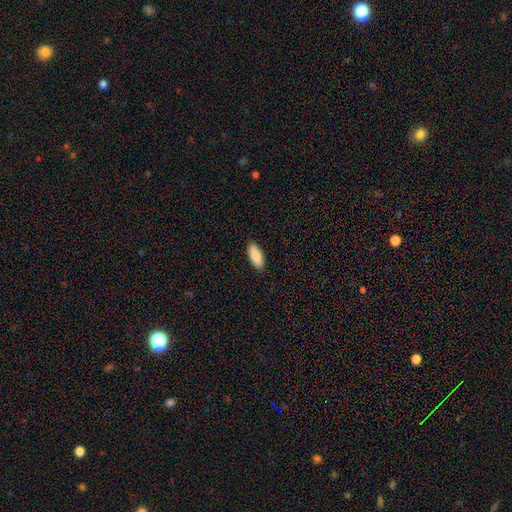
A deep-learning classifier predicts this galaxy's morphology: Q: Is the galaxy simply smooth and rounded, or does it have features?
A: smooth — 88%.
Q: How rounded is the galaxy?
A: in between — 78%.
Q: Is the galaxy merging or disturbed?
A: none — 90%.